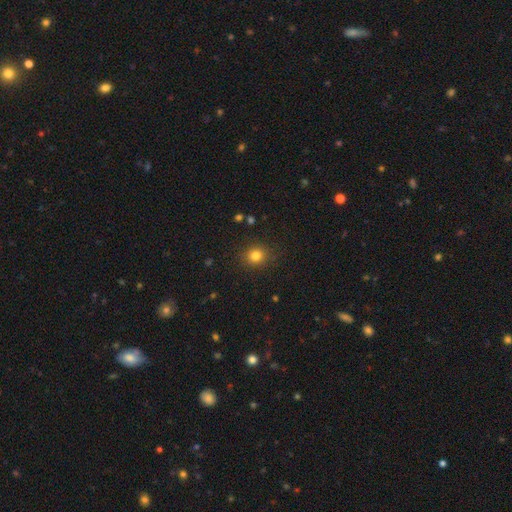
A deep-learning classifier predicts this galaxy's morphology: Smooth or featured: smooth — 81% (star or artifact — 13%)
How rounded: round — 82% (in between — 17%)
Merging: none — 88% (minor disturbance — 8%)